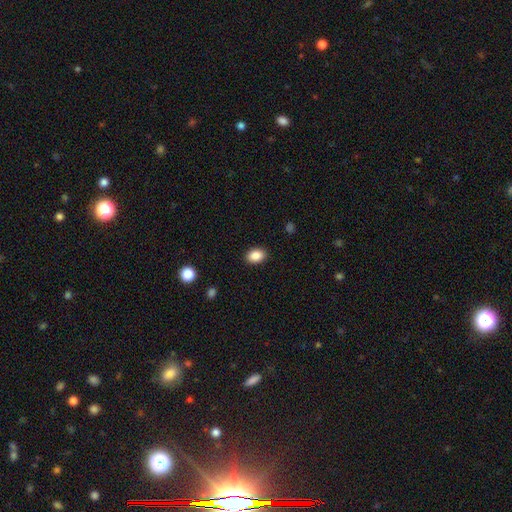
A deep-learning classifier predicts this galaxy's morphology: Smooth or featured? Predicted: smooth (p=0.88). How rounded? Predicted: in between (p=0.76). Merging? Predicted: none (p=0.89).